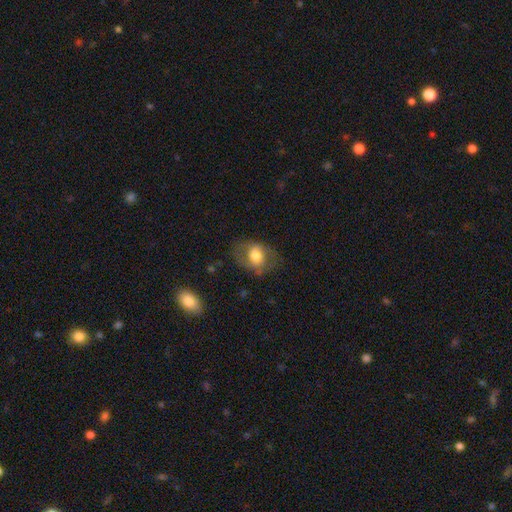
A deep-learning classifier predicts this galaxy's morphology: A smooth galaxy with no disk features (66%) that is in between round and cigar-shaped (66%).

Vote fractions:
- Smooth or featured? smooth: 66% / featured or disk: 27% / star or artifact: 7%
- How rounded? in between: 66% / round: 33% / cigar-shaped: 1%
- Merging? none: 62% / minor disturbance: 22% / major disturbance: 15% / merger: 2%